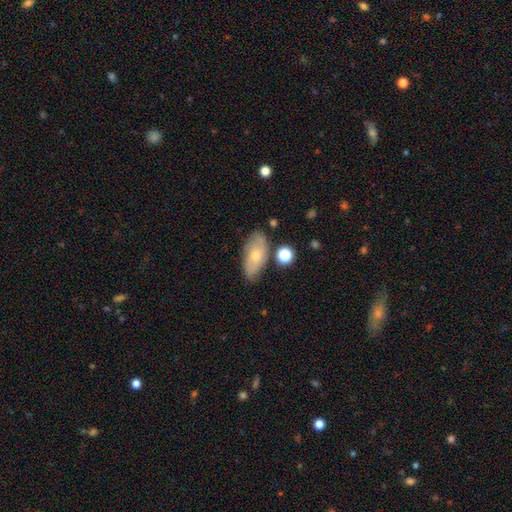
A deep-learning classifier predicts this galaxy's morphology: smooth 58%, featured or disk 35%, star or artifact 7%. Down the decision tree: how rounded — in between (89%); merging — none (73%).